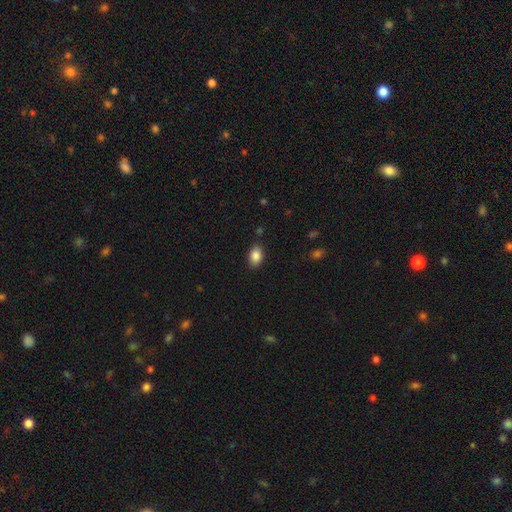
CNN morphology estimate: Smooth or featured? smooth (88%)
How rounded? in between (87%)
Merging? none (86%)